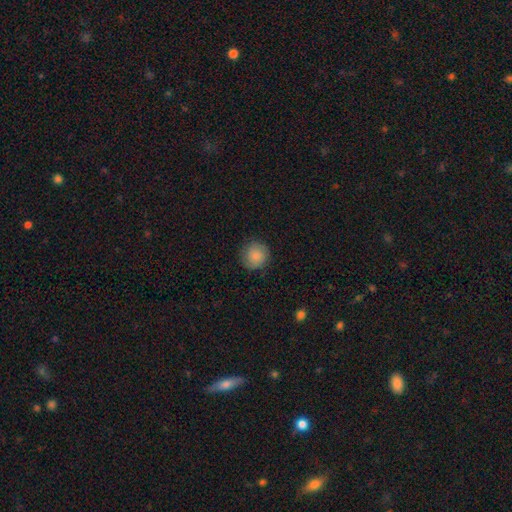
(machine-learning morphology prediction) Overall: smooth (83%). How rounded: round (93%). Merging: none (85%).